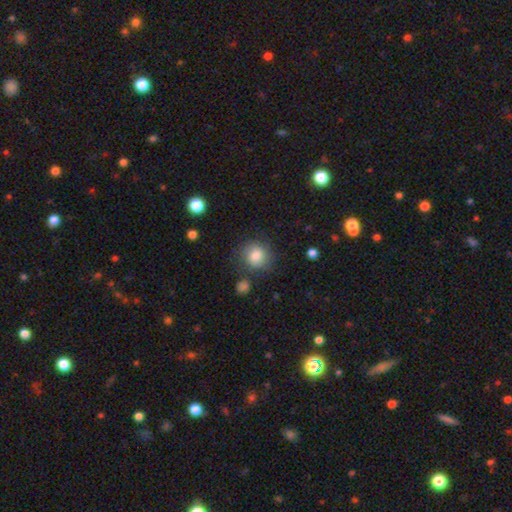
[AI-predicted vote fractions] Smooth or featured: smooth — 82% (star or artifact — 9%)
How rounded: round — 84% (in between — 15%)
Merging: none — 77% (minor disturbance — 14%)